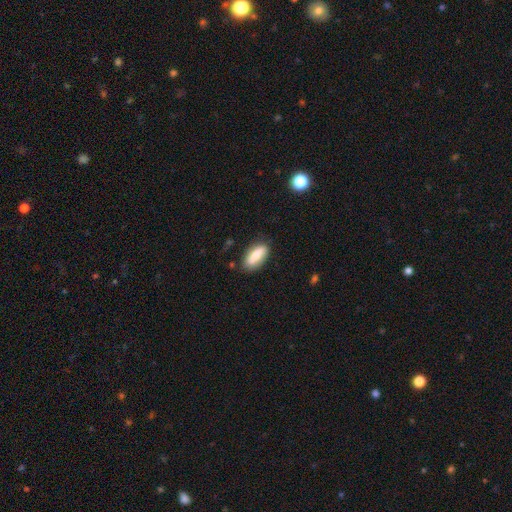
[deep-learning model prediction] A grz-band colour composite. It shows a smooth galaxy with no disk features (70%) that is in between round and cigar-shaped (75%). Merging: none (81%).